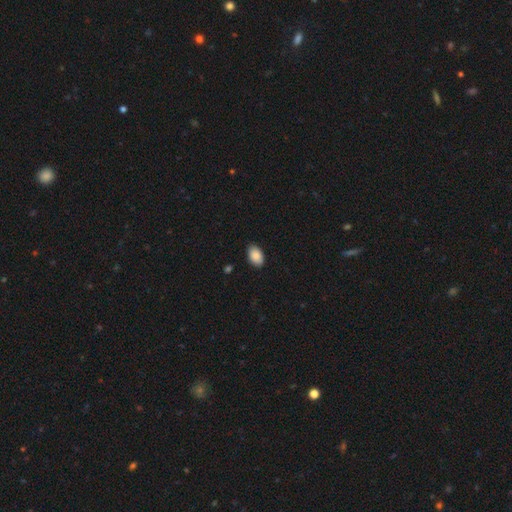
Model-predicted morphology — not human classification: Smooth or featured: smooth — 89% (star or artifact — 7%)
How rounded: in between — 91% (round — 8%)
Merging: none — 87% (minor disturbance — 10%)